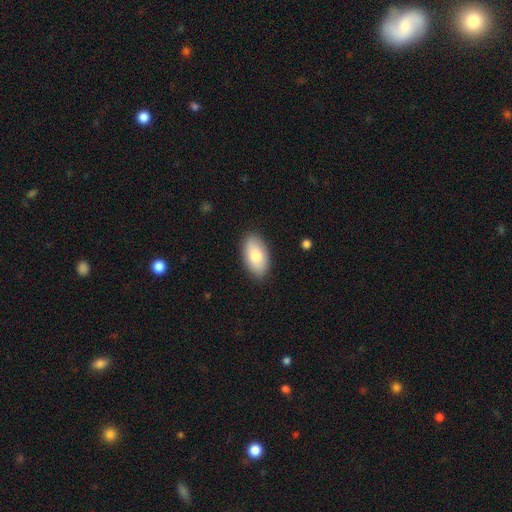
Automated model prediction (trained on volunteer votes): Smooth or featured? smooth (81%)
How rounded? in between (94%)
Merging? none (87%)